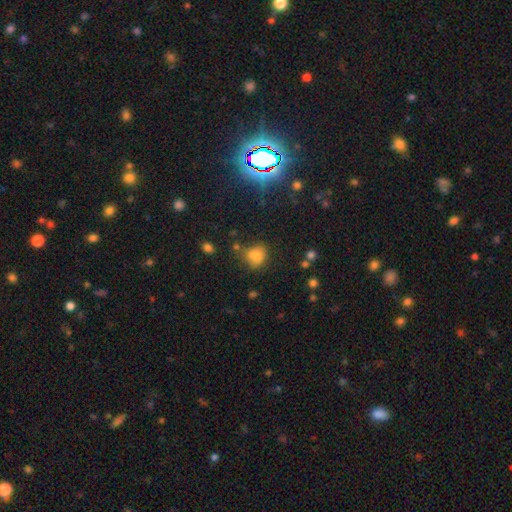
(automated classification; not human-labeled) smooth-or-featured: smooth: 78% | star or artifact: 15% | featured or disk: 8%
  how-rounded: round: 55% | in between: 44% | cigar-shaped: 1%
  merging: none: 55% | minor disturbance: 24% | merger: 11% | major disturbance: 11%